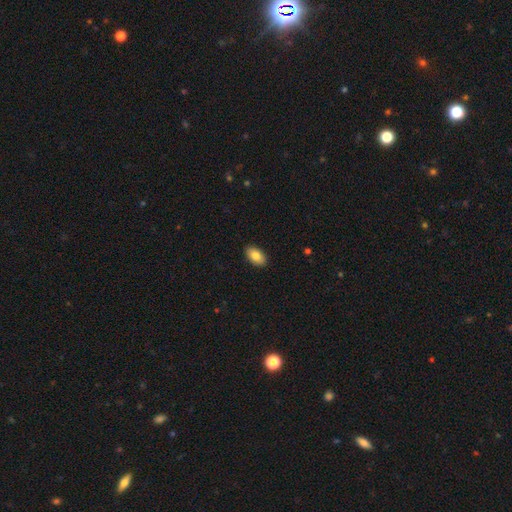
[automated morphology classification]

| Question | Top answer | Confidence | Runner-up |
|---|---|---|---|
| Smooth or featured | smooth | 83% | featured or disk (11%) |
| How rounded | in between | 93% | round (5%) |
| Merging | none | 90% | minor disturbance (8%) |